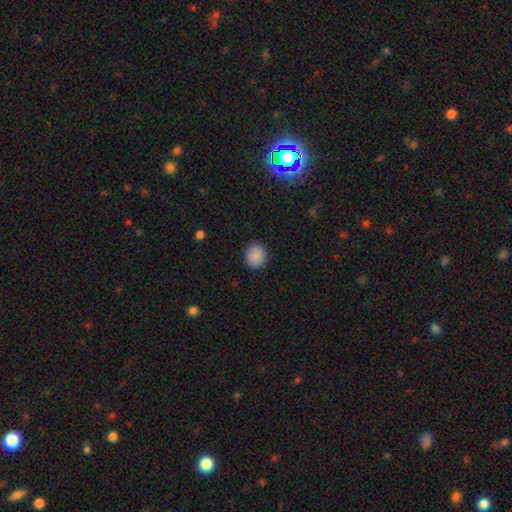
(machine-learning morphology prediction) A smooth galaxy with no disk features (88%) that is round (76%). Merging: none (88%).